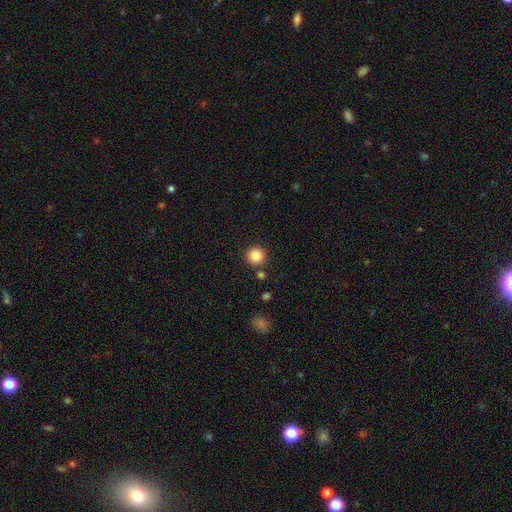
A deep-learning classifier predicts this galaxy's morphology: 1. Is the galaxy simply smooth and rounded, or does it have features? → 86% smooth, 10% star or artifact, 4% featured or disk.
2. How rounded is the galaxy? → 94% round, 5% in between, 1% cigar-shaped.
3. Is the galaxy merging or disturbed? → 86% none, 7% minor disturbance, 5% merger, 2% major disturbance.